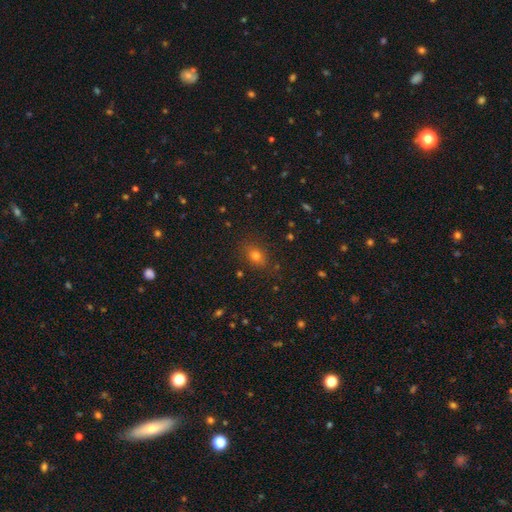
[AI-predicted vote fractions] A smooth galaxy with no disk features (74%) that is in between round and cigar-shaped (60%). Merging: none (84%).